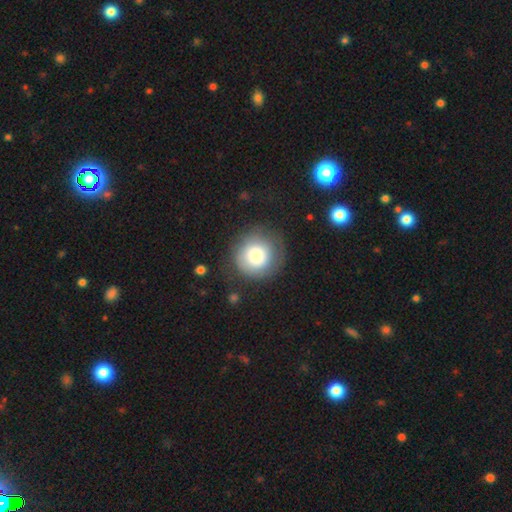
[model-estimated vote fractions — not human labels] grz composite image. It shows a smooth galaxy with no disk features (78%) that is round (92%). Merging: none (72%).